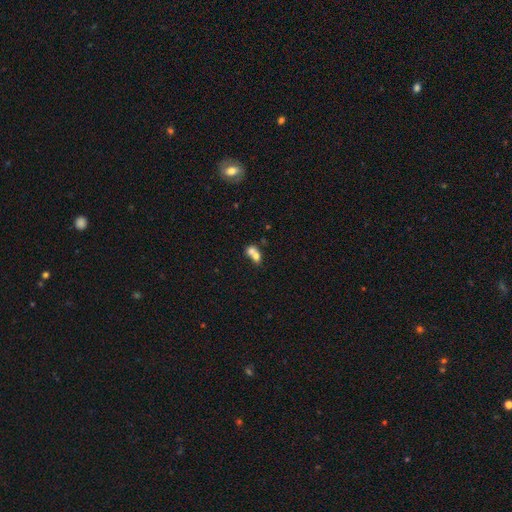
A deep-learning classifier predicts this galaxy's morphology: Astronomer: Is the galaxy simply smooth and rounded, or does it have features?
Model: smooth — 69%.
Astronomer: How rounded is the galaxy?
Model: in between — 53% (runner-up: round, 45%).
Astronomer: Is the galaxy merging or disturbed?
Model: merger — 73%.